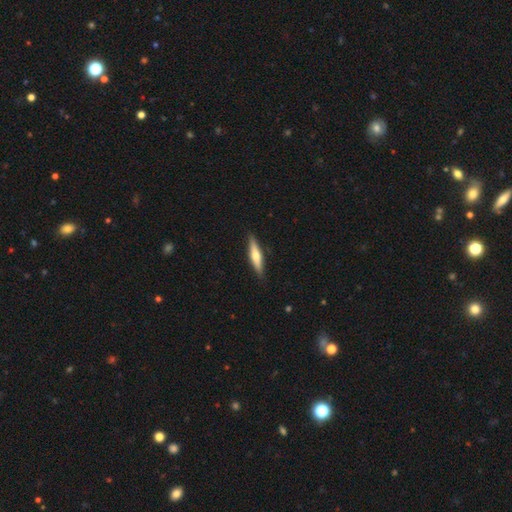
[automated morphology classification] Q: Smooth or featured?
A: smooth (50%); runner-up: featured or disk (45%)
Q: Merging?
A: none (89%); runner-up: minor disturbance (9%)